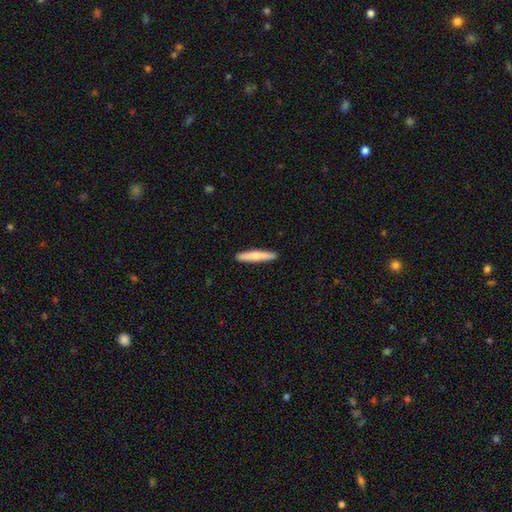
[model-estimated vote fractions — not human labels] Smooth or featured: smooth — 72% (featured or disk — 23%)
How rounded: cigar-shaped — 92% (in between — 7%)
Merging: none — 91% (minor disturbance — 7%)